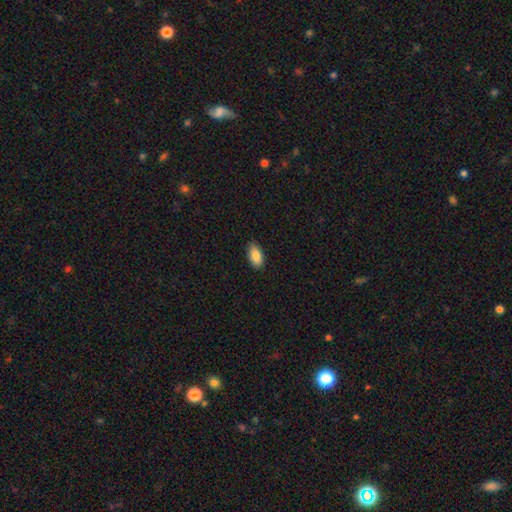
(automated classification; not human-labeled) Smooth or featured? Predicted: smooth (p=0.87). How rounded? Predicted: in between (p=0.93). Merging? Predicted: none (p=0.88).